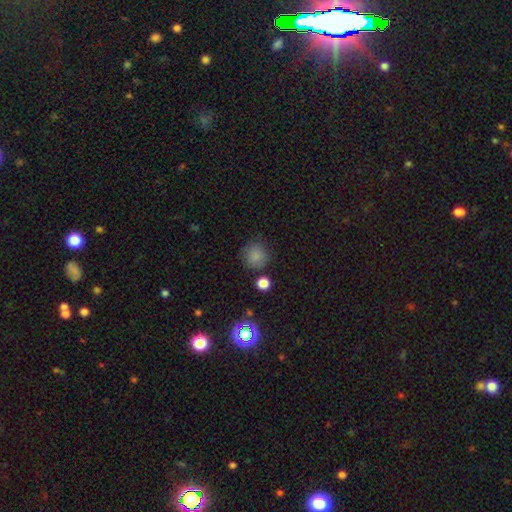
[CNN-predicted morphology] A smooth galaxy with no disk features (81%) that is round (92%). Merging: none (79%).